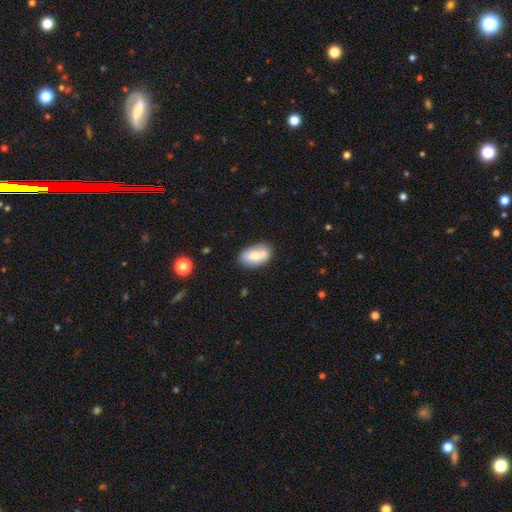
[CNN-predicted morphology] A smooth galaxy with no disk features (70%) that is in between round and cigar-shaped (91%). Merging: none (60%).